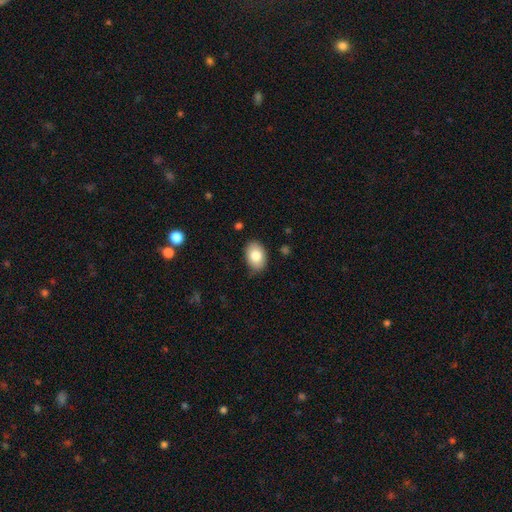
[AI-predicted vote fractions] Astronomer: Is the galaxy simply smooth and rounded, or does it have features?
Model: smooth — 82%.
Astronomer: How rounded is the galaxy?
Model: in between — 84%.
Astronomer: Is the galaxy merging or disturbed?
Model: none — 82%.